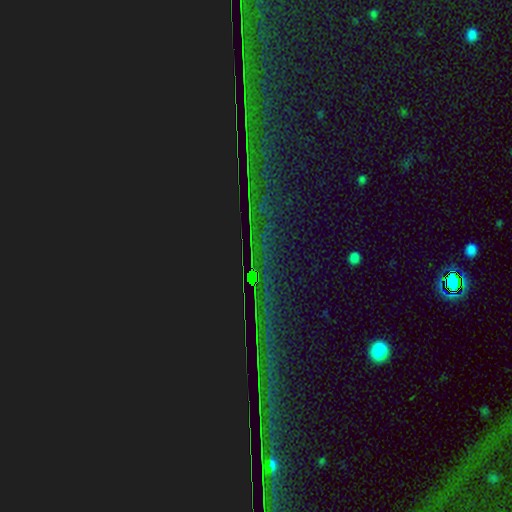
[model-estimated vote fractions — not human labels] A star or artifact, not a galaxy (85%).